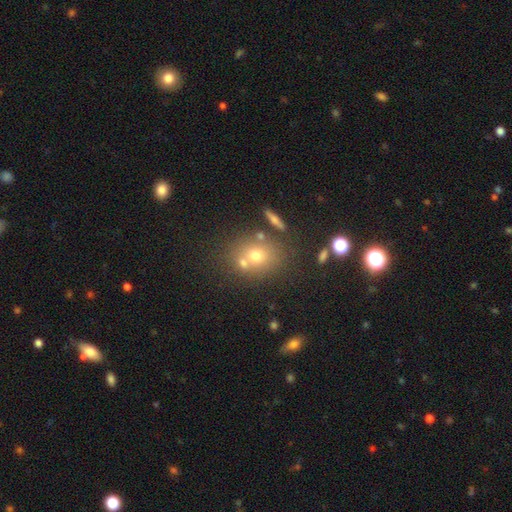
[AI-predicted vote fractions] Morphology: type=smooth (63%); roundness=round (62%); merging=none (56%).